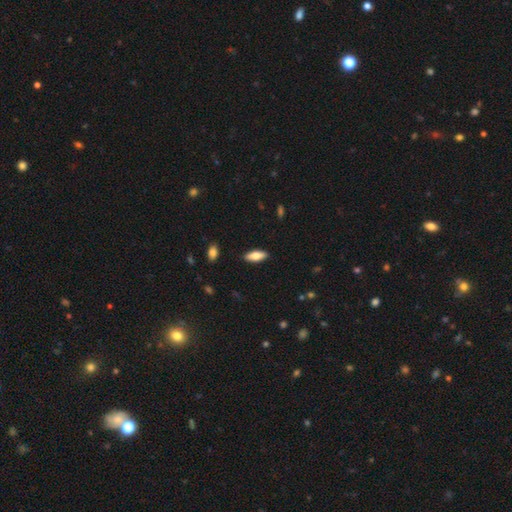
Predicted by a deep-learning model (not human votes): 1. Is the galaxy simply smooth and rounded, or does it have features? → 75% smooth, 19% featured or disk, 6% star or artifact.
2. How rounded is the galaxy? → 71% in between, 27% cigar-shaped, 2% round.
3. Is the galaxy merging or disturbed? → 89% none, 8% minor disturbance, 2% major disturbance, 1% merger.